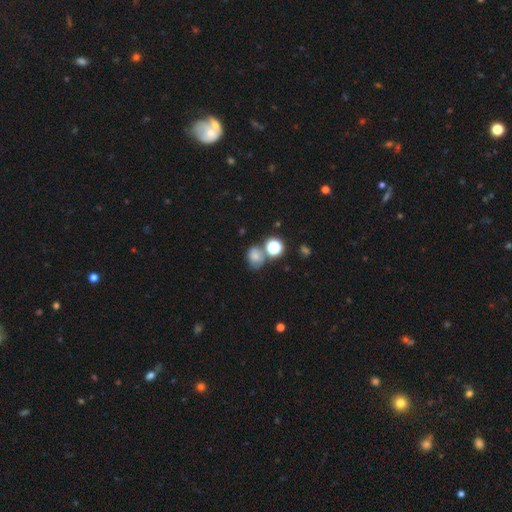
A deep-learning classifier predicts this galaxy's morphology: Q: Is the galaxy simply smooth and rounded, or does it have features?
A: smooth — 66%.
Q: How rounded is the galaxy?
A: round — 50%.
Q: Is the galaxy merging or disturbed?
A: none — 50%.